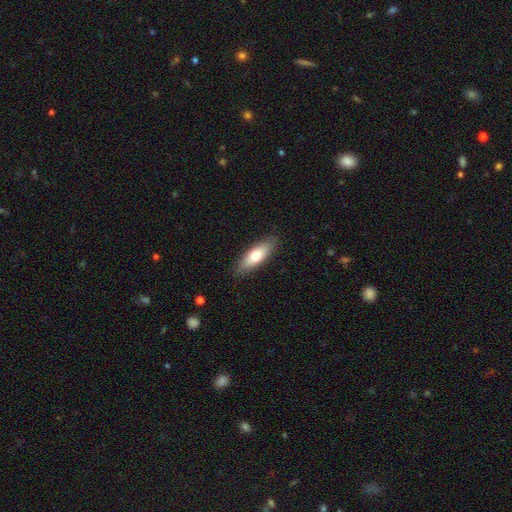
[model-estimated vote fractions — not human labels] This appears to be a smooth galaxy with no disk features (72%) that is in between round and cigar-shaped (58%). Merging: none (87%).